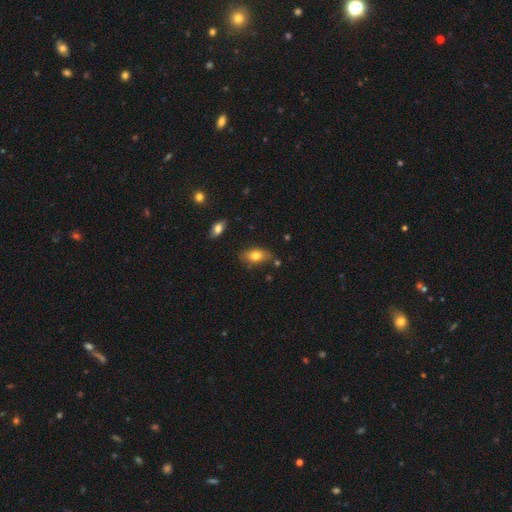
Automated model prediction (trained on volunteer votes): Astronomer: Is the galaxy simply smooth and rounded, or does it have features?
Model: smooth — 78%.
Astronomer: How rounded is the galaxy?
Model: in between — 88%.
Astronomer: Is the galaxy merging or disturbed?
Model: none — 75%.